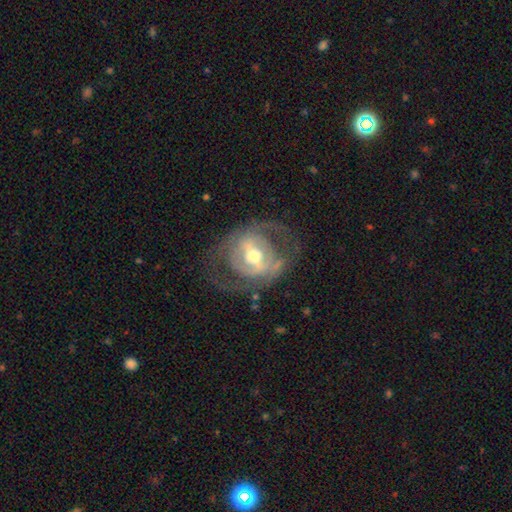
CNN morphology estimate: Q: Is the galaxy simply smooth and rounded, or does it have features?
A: featured or disk — 79%.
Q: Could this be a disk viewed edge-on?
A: no — 95%.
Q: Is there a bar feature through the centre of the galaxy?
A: strong — 39%, tied with weak.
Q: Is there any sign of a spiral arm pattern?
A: yes — 66%.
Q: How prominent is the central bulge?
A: moderate — 72%.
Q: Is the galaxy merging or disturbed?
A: none — 63%.